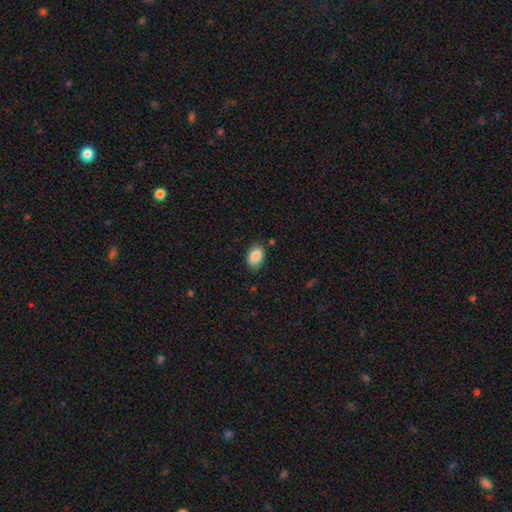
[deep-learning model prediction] Smooth or featured? smooth (87%)
How rounded? in between (85%)
Merging? none (83%)